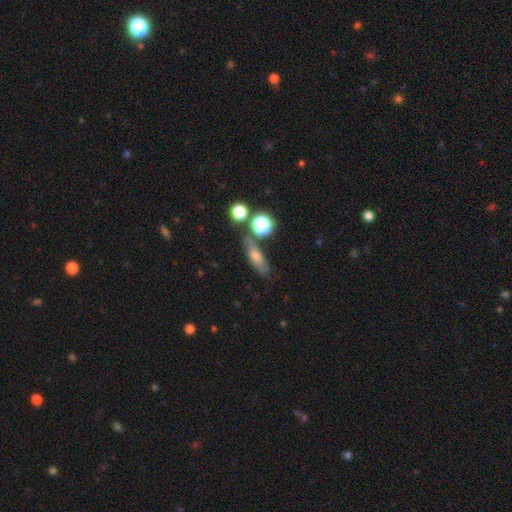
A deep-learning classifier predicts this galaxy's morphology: smooth-or-featured: smooth: 50% | featured or disk: 29% | star or artifact: 20%
  how-rounded: cigar-shaped: 46% | in between: 40% | round: 14%
  merging: none: 67% | minor disturbance: 16% | merger: 11% | major disturbance: 7%